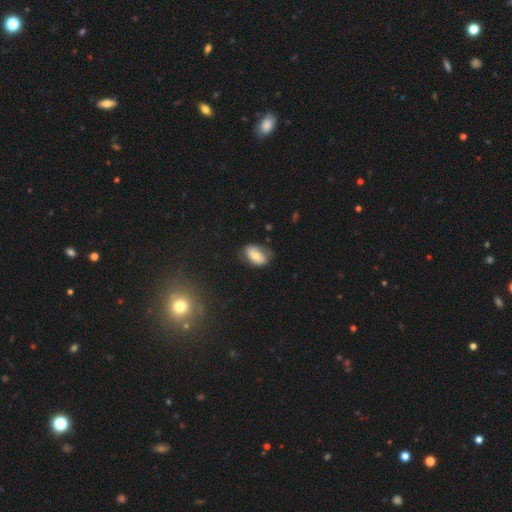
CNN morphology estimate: Smooth or featured? smooth (62%)
How rounded? in between (91%)
Merging? none (58%)